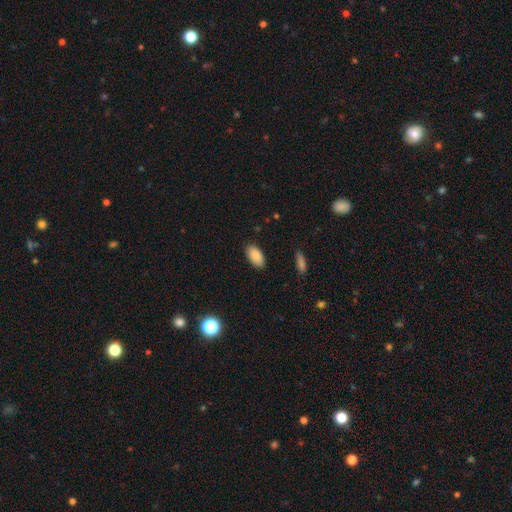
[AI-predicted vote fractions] The model was most divided on "merging": none: 86%, minor disturbance: 10%, major disturbance: 2%, merger: 1%. More confident: how rounded — in between (95%); smooth or featured — smooth (86%).